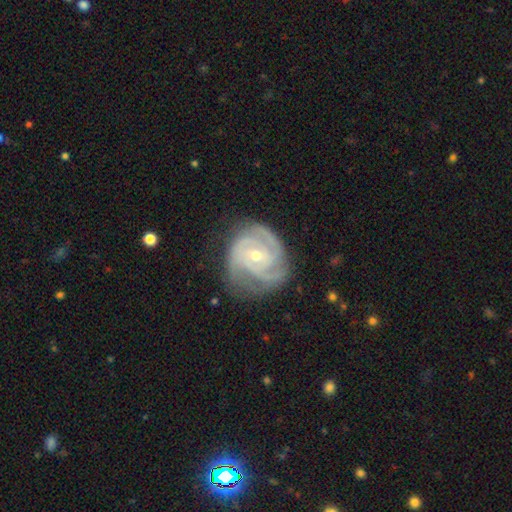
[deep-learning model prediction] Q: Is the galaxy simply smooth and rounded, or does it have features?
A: featured or disk — 90%.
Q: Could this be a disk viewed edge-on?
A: no — 98%.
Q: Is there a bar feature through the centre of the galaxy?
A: no — 63%.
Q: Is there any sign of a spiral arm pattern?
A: yes — 98%.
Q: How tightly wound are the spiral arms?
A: tight — 67%.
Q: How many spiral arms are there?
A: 3 — 49%.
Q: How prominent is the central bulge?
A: small — 59%.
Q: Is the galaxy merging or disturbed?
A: none — 68%.